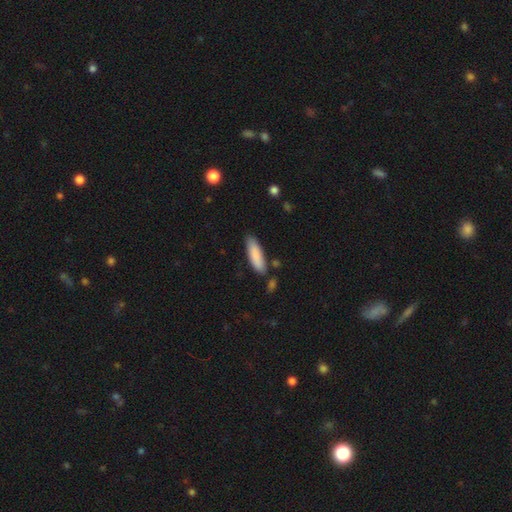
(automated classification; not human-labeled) This is clearly a smooth galaxy (86%). How rounded: possibly cigar-shaped (58%). Merging: clearly none (80%).